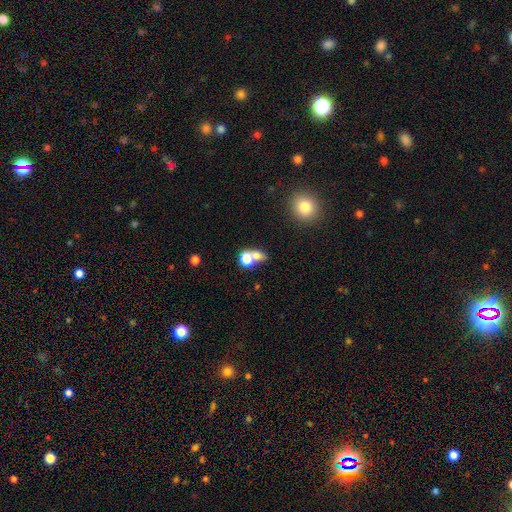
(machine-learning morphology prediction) A smooth galaxy with no disk features (74%) that is round (52%).

Vote fractions:
- Smooth or featured? smooth: 74% / featured or disk: 14% / star or artifact: 13%
- How rounded? round: 52% / in between: 46% / cigar-shaped: 2%
- Merging? merger: 59% / none: 28% / minor disturbance: 7% / major disturbance: 6%